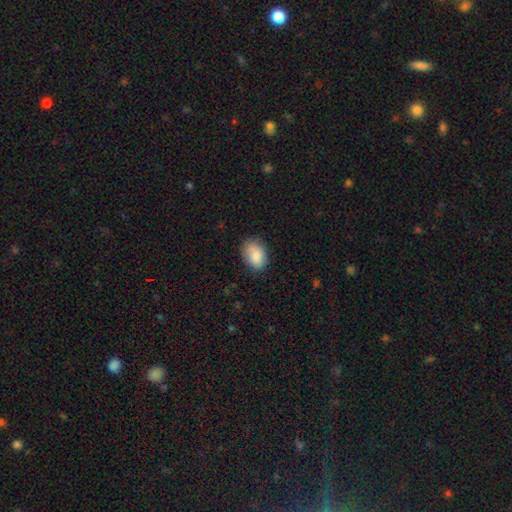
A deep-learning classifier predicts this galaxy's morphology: A smooth galaxy with no disk features (85%) that is in between round and cigar-shaped (81%).

Vote fractions:
- Smooth or featured? smooth: 85% / featured or disk: 8% / star or artifact: 7%
- How rounded? in between: 81% / round: 18% / cigar-shaped: 1%
- Merging? none: 75% / minor disturbance: 19% / major disturbance: 4% / merger: 2%